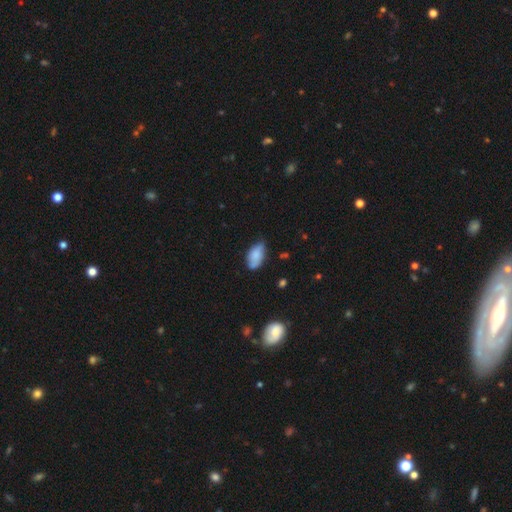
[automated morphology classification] This appears to be a smooth galaxy with no disk features (77%) that is in between round and cigar-shaped (92%). Merging: none (58%).